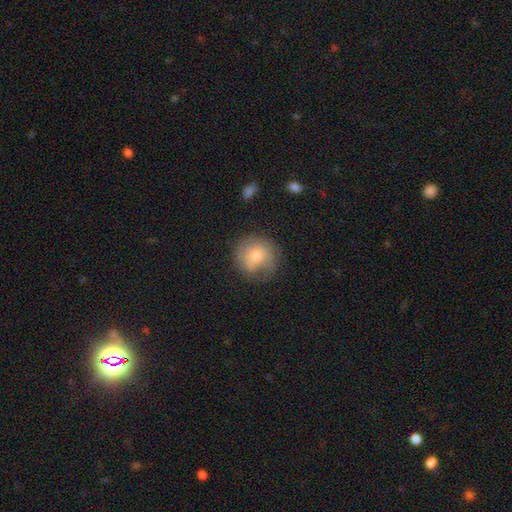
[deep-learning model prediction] The model was most divided on "smooth or featured": smooth: 60%, featured or disk: 31%, star or artifact: 10%. More confident: how rounded — round (90%); merging — none (67%).